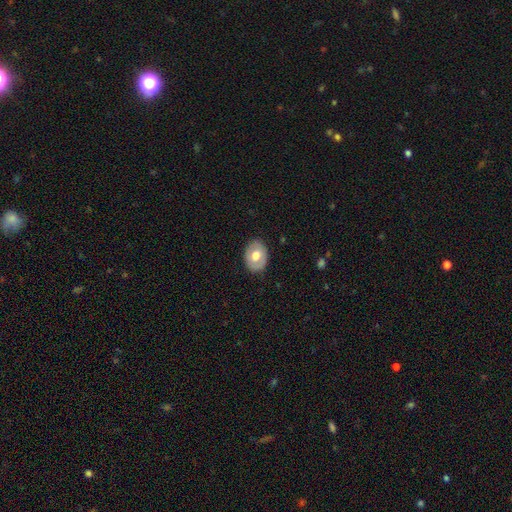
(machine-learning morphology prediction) smooth 63%, featured or disk 31%, star or artifact 6%. Down the decision tree: how rounded — in between (68%); merging — none (86%).